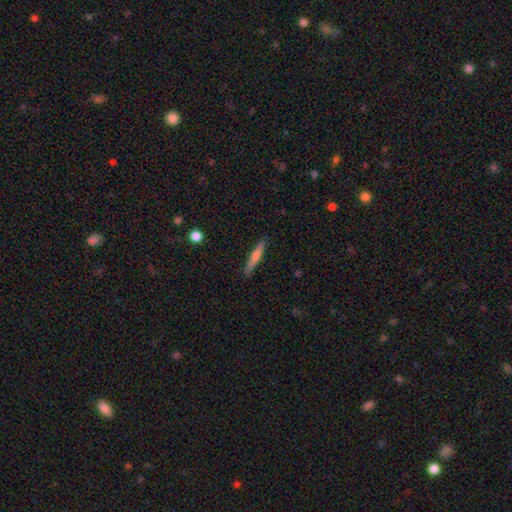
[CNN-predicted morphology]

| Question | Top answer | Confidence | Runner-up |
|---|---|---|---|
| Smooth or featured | featured or disk | 49% | smooth (45%) |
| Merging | none | 88% | minor disturbance (9%) |